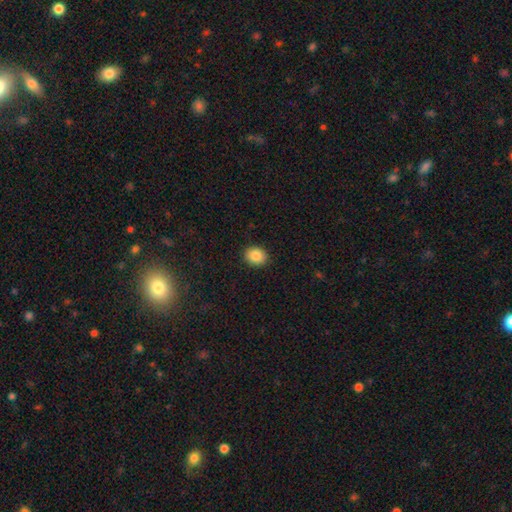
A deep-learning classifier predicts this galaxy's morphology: This appears to be a smooth galaxy with no disk features (86%) that is round (58%). Merging: none (91%).